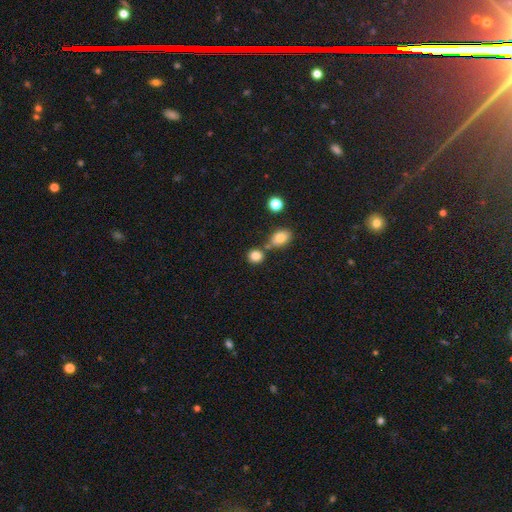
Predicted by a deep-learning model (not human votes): Smooth or featured? smooth (83%)
How rounded? round (81%)
Merging? none (65%)